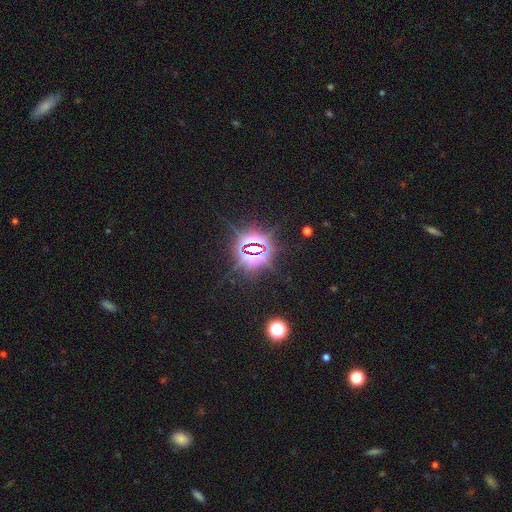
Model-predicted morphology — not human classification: This is clearly a star or artifact rather than a galaxy (84%).